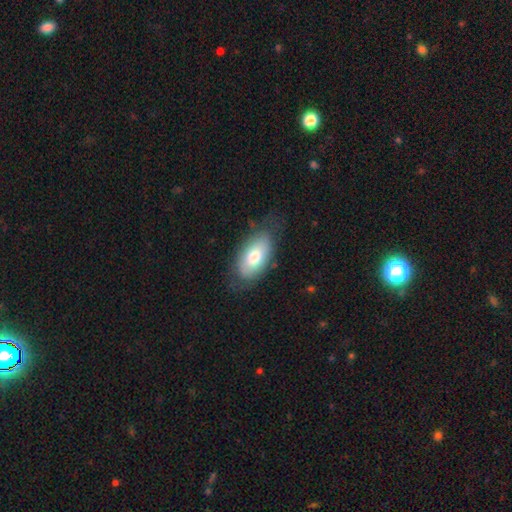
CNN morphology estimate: The model was most divided on "smooth or featured": smooth: 55%, featured or disk: 34%, star or artifact: 11%. More confident: how rounded — in between (89%); merging — none (79%).